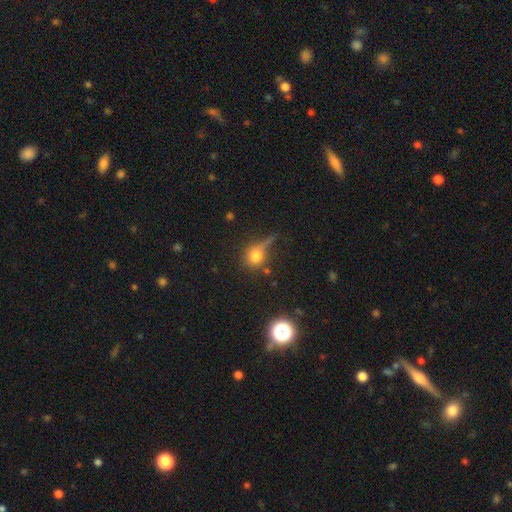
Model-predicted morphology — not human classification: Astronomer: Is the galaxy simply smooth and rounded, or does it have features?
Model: smooth — 67%.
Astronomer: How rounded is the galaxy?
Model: round — 76%.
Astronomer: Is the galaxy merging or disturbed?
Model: none — 44% (runner-up: minor disturbance, 23%).